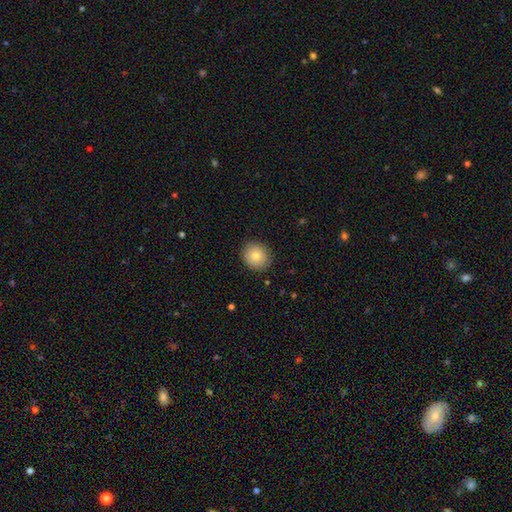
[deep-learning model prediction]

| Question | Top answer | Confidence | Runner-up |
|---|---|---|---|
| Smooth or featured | smooth | 79% | featured or disk (11%) |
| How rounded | round | 82% | in between (17%) |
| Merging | none | 89% | minor disturbance (8%) |